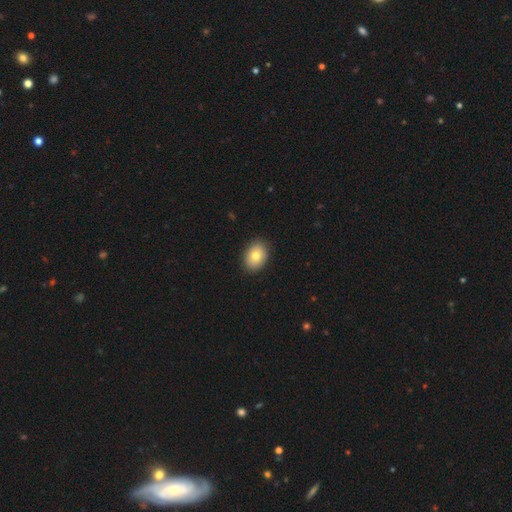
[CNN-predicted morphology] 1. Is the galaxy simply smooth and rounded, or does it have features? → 79% smooth, 13% featured or disk, 8% star or artifact.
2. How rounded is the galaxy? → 72% in between, 27% round, 1% cigar-shaped.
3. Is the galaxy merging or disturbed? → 89% none, 8% minor disturbance, 2% major disturbance, 1% merger.